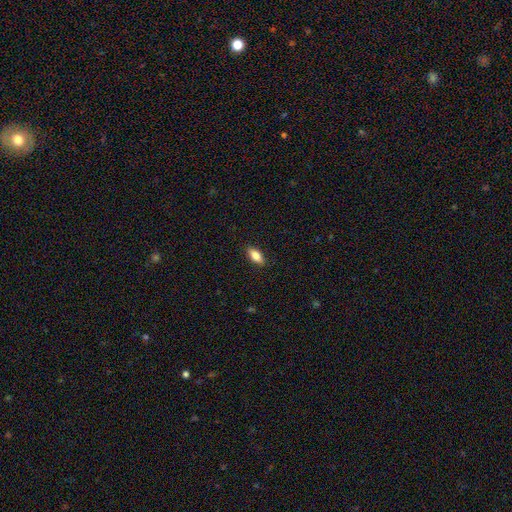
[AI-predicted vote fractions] smooth-or-featured: smooth: 81% | featured or disk: 12% | star or artifact: 7%
  how-rounded: in between: 84% | cigar-shaped: 13% | round: 3%
  merging: none: 89% | minor disturbance: 8% | major disturbance: 2% | merger: 1%